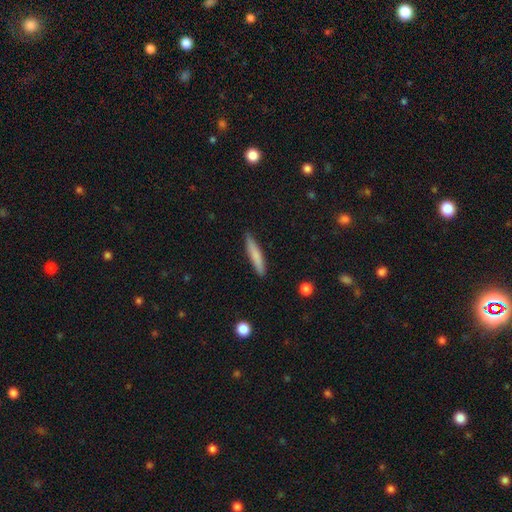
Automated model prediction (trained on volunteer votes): smooth 75%, featured or disk 19%, star or artifact 6%. Down the decision tree: how rounded — cigar-shaped (91%); merging — none (87%).